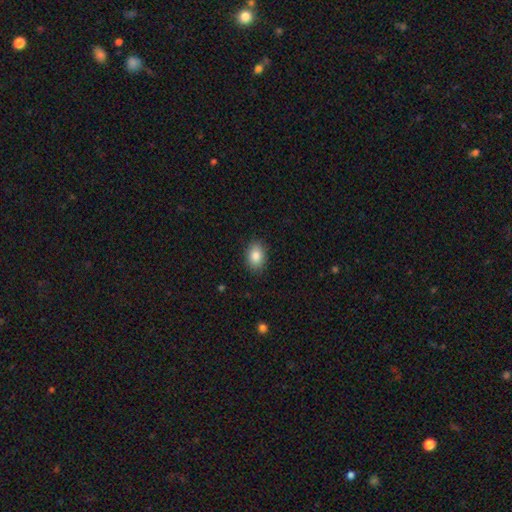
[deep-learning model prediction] smooth-or-featured: smooth: 86% | star or artifact: 8% | featured or disk: 6%
  how-rounded: in between: 77% | round: 22% | cigar-shaped: 1%
  merging: none: 87% | minor disturbance: 9% | major disturbance: 2% | merger: 1%